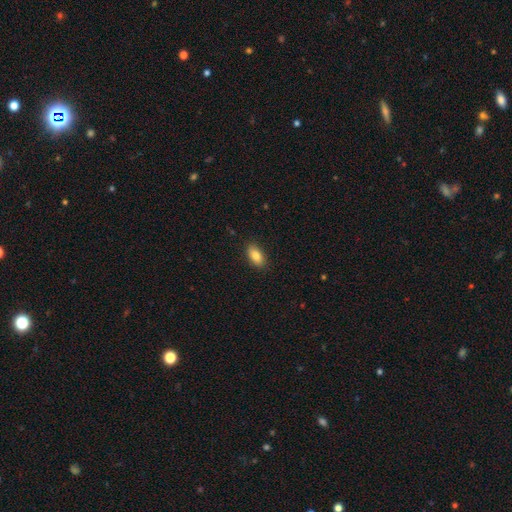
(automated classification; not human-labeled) Smooth or featured: smooth — 85% (featured or disk — 8%)
How rounded: in between — 91% (cigar-shaped — 5%)
Merging: none — 88% (minor disturbance — 9%)